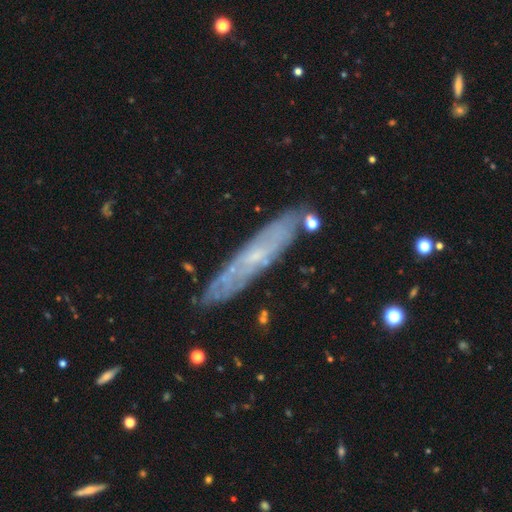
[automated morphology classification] smooth-or-featured: featured or disk: 66% | smooth: 25% | star or artifact: 8%
  disk-edge-on: no: 52% | yes: 48%
  merging: none: 83% | minor disturbance: 12% | major disturbance: 2% | merger: 2%